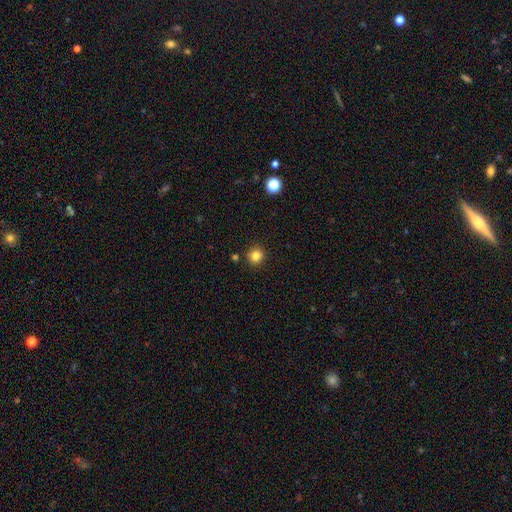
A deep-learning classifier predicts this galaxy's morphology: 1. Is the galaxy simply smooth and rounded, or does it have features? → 82% smooth, 13% star or artifact, 5% featured or disk.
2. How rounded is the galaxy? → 89% round, 10% in between, 1% cigar-shaped.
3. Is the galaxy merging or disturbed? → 87% none, 7% minor disturbance, 4% merger, 2% major disturbance.